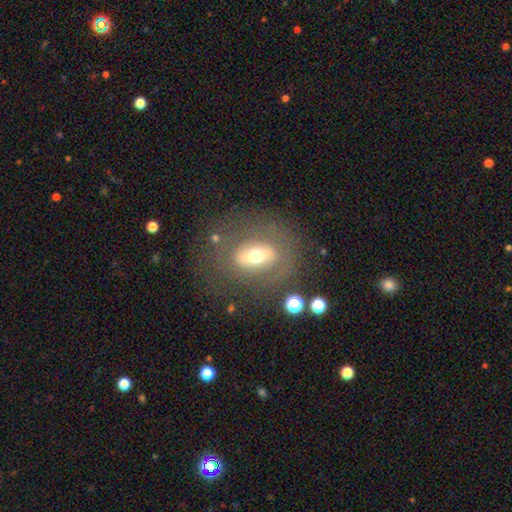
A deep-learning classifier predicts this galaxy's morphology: Smooth or featured?
  - featured or disk: 49% *
  - smooth: 41%
  - star or artifact: 10%
Merging?
  - none: 69% *
  - minor disturbance: 16%
  - major disturbance: 12%
  - merger: 3%